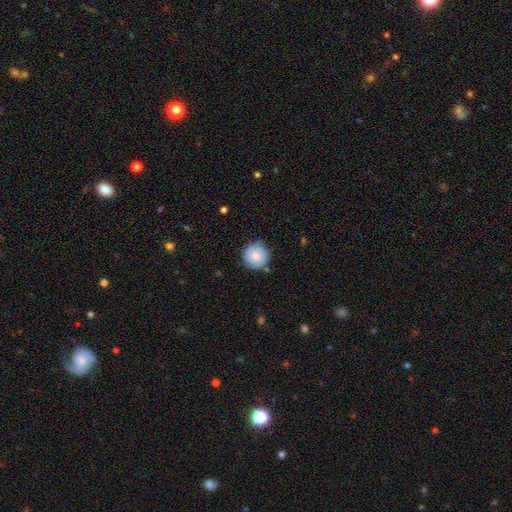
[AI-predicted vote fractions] Q: Smooth or featured?
A: smooth (62%); runner-up: featured or disk (30%)
Q: How rounded?
A: round (93%); runner-up: in between (6%)
Q: Merging?
A: none (79%); runner-up: minor disturbance (15%)